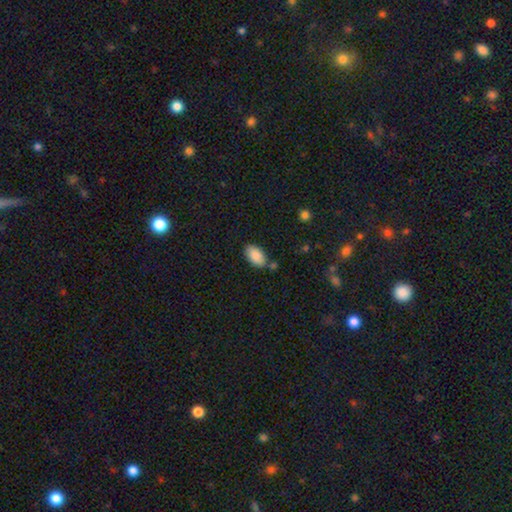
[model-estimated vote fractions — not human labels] Morphology: type=smooth (88%); roundness=in between (95%); merging=none (74%).